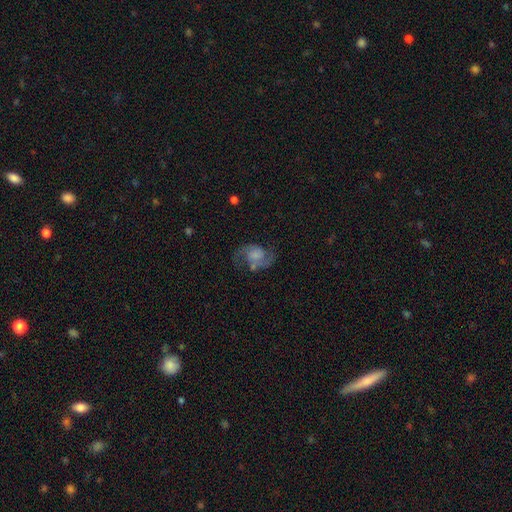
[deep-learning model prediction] This is likely a featured or disk galaxy (77%). It is clearly not viewed edge-on (98%). Bar: likely no (64%). Spiral arm pattern: clearly yes (94%). Spiral arm count: clearly 2 (91%). Spiral winding: possibly medium (48%). Central bulge: marginally none (36%). Merging: likely none (62%).